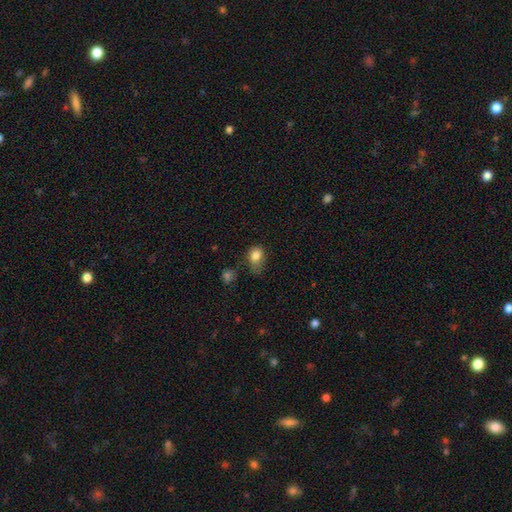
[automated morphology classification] Smooth or featured? smooth (82%)
How rounded? in between (59%)
Merging? minor disturbance (38%)